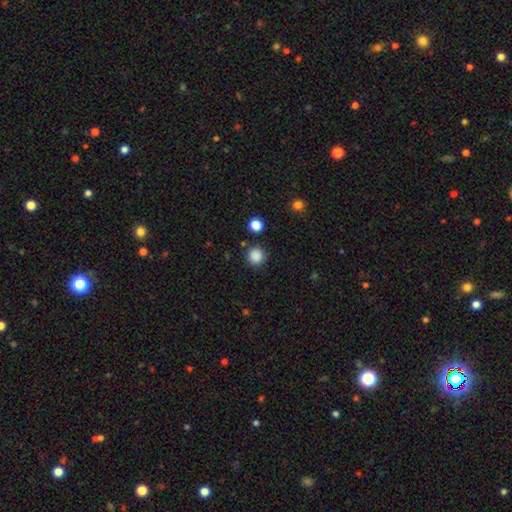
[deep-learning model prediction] Morphology: type=smooth (86%); roundness=round (94%); merging=none (88%).